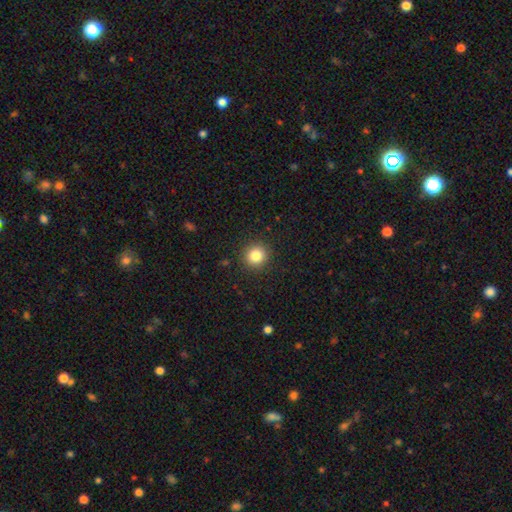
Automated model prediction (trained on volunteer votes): smooth-or-featured: smooth: 83% | star or artifact: 11% | featured or disk: 5%
  how-rounded: round: 92% | in between: 7% | cigar-shaped: 1%
  merging: none: 91% | minor disturbance: 6% | major disturbance: 2% | merger: 1%